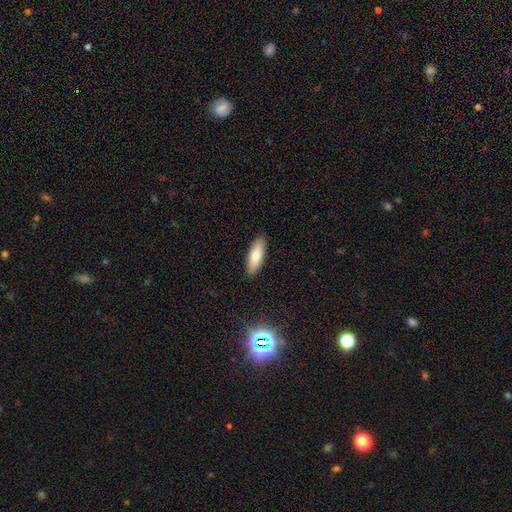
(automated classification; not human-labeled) This is likely a smooth galaxy (74%). How rounded: likely in between (60%). Merging: clearly none (90%).